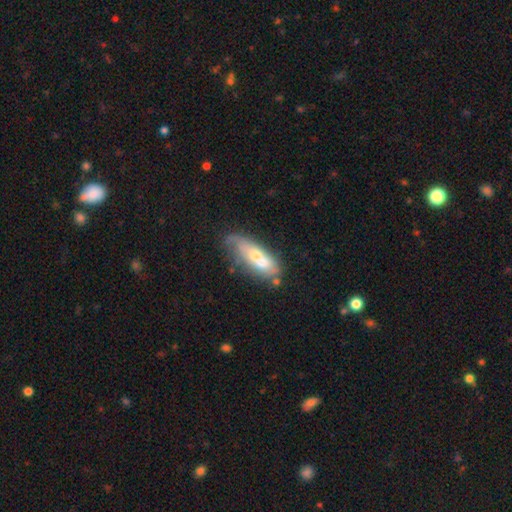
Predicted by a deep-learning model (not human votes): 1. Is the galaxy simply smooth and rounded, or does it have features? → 49% smooth, 43% featured or disk, 8% star or artifact.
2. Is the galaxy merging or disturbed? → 52% merger, 22% none, 14% minor disturbance, 12% major disturbance.